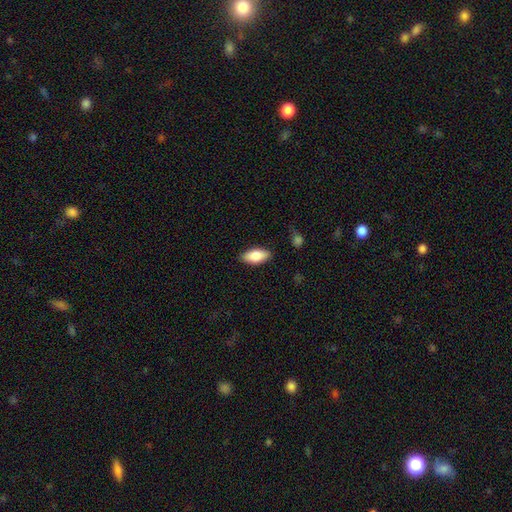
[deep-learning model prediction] Smooth or featured?
  - smooth: 83% *
  - featured or disk: 11%
  - star or artifact: 6%
How rounded?
  - in between: 89% *
  - cigar-shaped: 8%
  - round: 2%
Merging?
  - none: 85% *
  - minor disturbance: 11%
  - major disturbance: 3%
  - merger: 1%